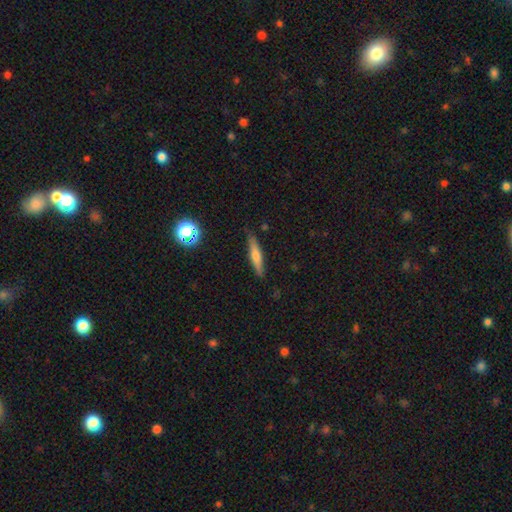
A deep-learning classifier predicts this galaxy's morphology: The model was most divided on "smooth or featured": smooth: 52%, featured or disk: 40%, star or artifact: 8%. More confident: how rounded — cigar-shaped (87%); merging — none (85%).